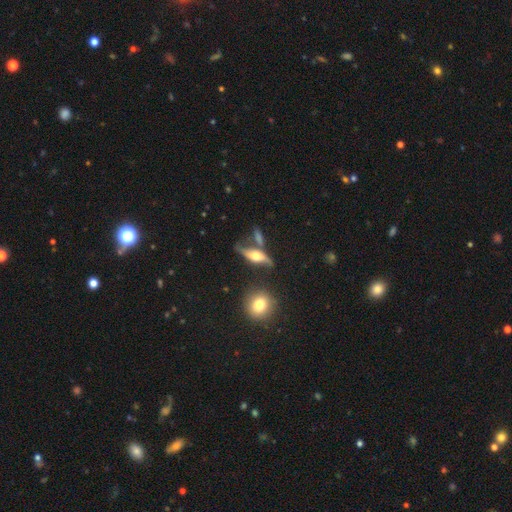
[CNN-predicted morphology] smooth_or_featured: featured or disk (p=0.69) [alt: smooth p=0.24]
disk_edge_on: yes (p=0.54) [alt: no p=0.46]
merging: none (p=0.50) [alt: minor disturbance p=0.22]